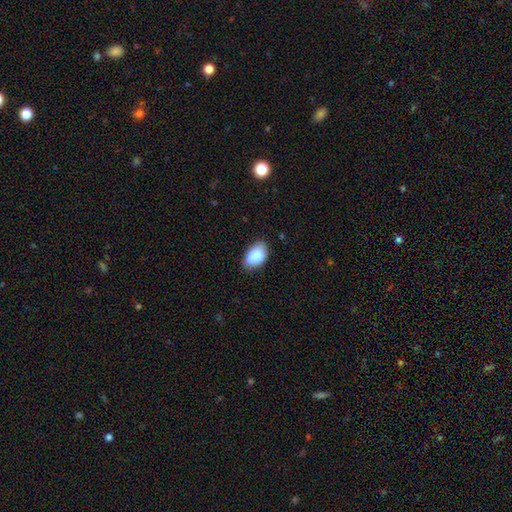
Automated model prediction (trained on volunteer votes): smooth 89%, star or artifact 7%, featured or disk 4%. Down the decision tree: how rounded — in between (91%); merging — none (75%).